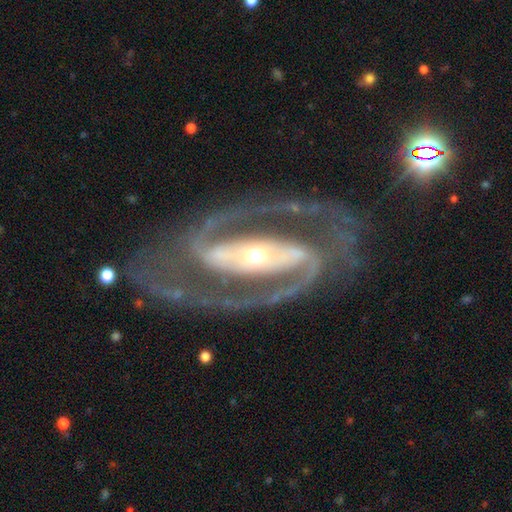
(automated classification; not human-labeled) Smooth or featured: featured or disk — 94% (star or artifact — 4%)
Edge-on disk: no — 97% (yes — 3%)
Bar: strong — 69% (weak — 17%)
Spiral arms: yes — 98% (no — 2%)
Spiral winding: medium — 57% (tight — 34%)
Spiral arm count: 2 — 94% (3 — 1%)
Bulge size: small — 53% (moderate — 40%)
Merging: none — 79% (minor disturbance — 12%)